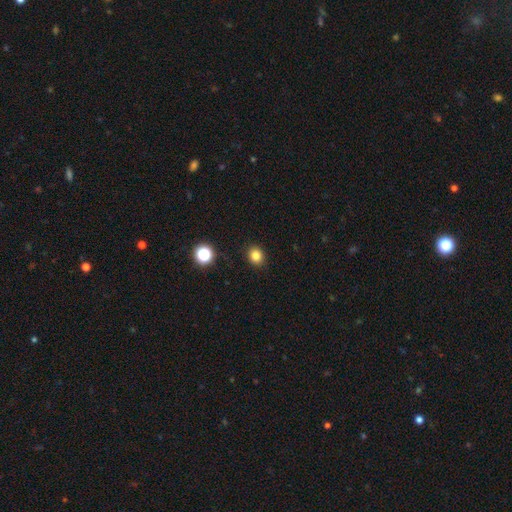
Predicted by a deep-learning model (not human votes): The model was most divided on "how rounded": round: 72%, in between: 27%, cigar-shaped: 1%. More confident: merging — none (90%); smooth or featured — smooth (82%).